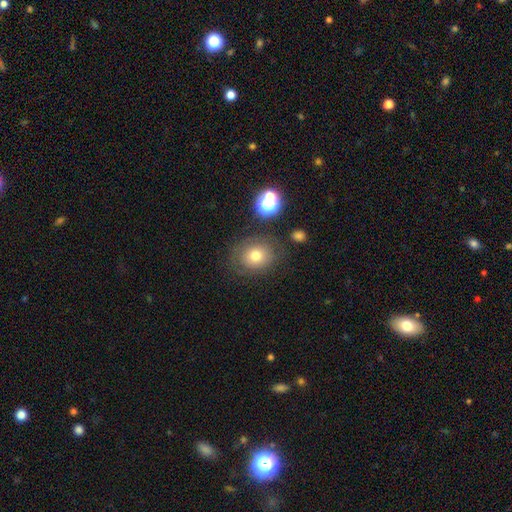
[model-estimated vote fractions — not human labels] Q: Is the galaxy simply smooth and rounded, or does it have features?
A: smooth — 70%.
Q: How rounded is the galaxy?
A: round — 66%.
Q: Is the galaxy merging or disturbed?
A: none — 73%.